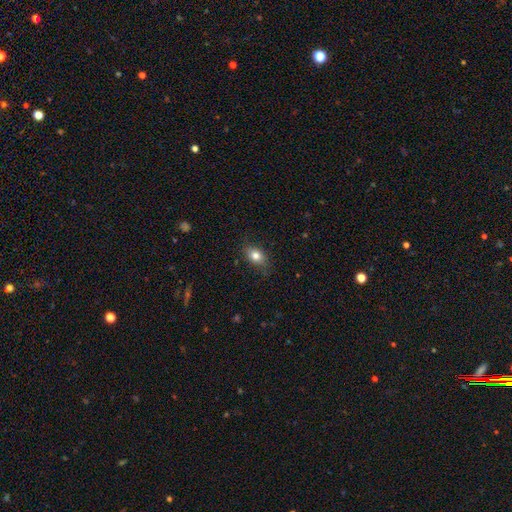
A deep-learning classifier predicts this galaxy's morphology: Q: Smooth or featured?
A: smooth (81%); runner-up: featured or disk (10%)
Q: How rounded?
A: in between (77%); runner-up: round (21%)
Q: Merging?
A: none (80%); runner-up: minor disturbance (15%)